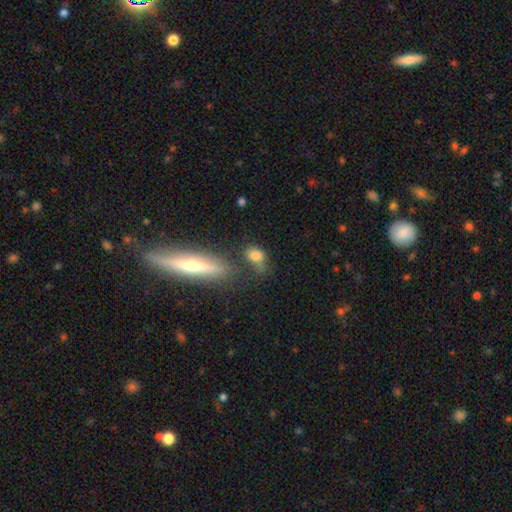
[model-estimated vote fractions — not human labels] Overall: smooth (72%). How rounded: in between (70%). Merging: none (42%; merger 23%).